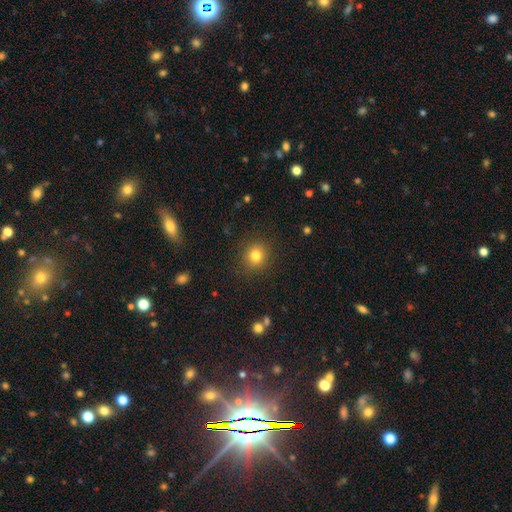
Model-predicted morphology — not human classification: The model was most divided on "smooth or featured": smooth: 80%, star or artifact: 13%, featured or disk: 7%. More confident: merging — none (89%); how rounded — round (87%).